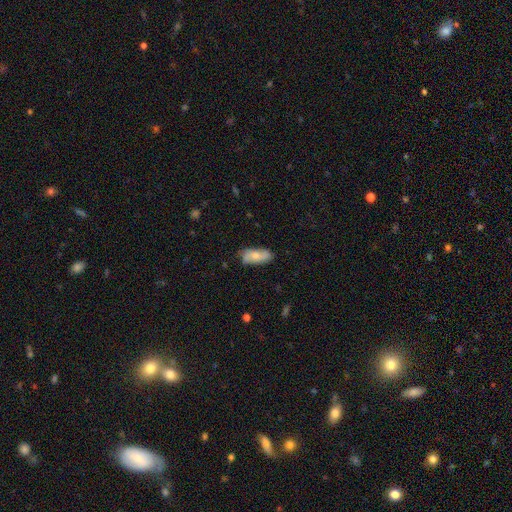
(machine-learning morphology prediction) A smooth galaxy with no disk features (60%) that is in between round and cigar-shaped (80%).

Vote fractions:
- Smooth or featured? smooth: 60% / featured or disk: 33% / star or artifact: 7%
- How rounded? in between: 80% / cigar-shaped: 17% / round: 3%
- Merging? none: 74% / minor disturbance: 20% / major disturbance: 4% / merger: 2%